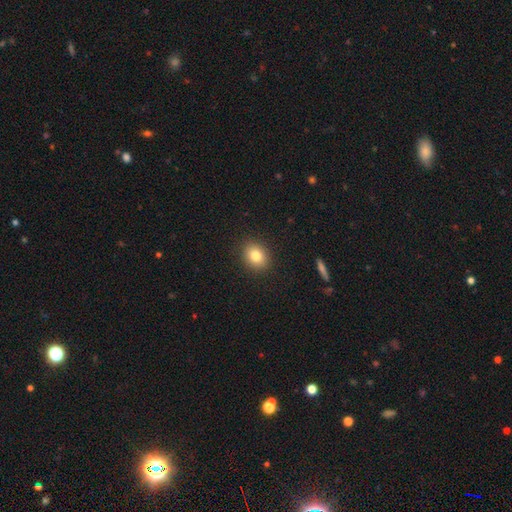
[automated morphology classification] Smooth or featured? smooth (81%)
How rounded? round (59%)
Merging? none (90%)